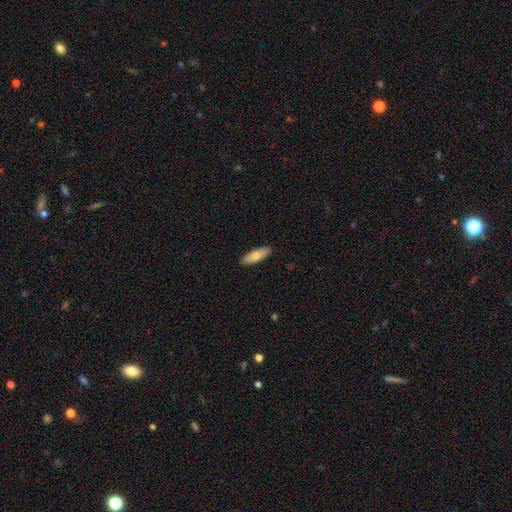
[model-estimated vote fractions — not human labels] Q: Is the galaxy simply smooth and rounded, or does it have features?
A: smooth — 75%.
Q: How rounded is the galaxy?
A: in between — 61%.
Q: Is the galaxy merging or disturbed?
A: none — 90%.